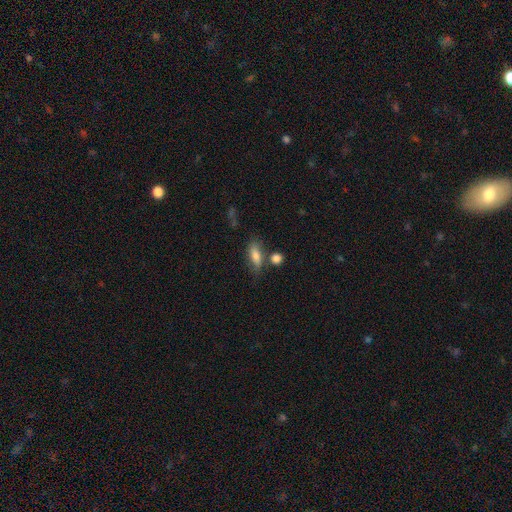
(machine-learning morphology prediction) smooth_or_featured: smooth (p=0.72) [alt: featured or disk p=0.20]
how_rounded: in between (p=0.70) [alt: cigar-shaped p=0.24]
merging: none (p=0.61) [alt: minor disturbance p=0.20]